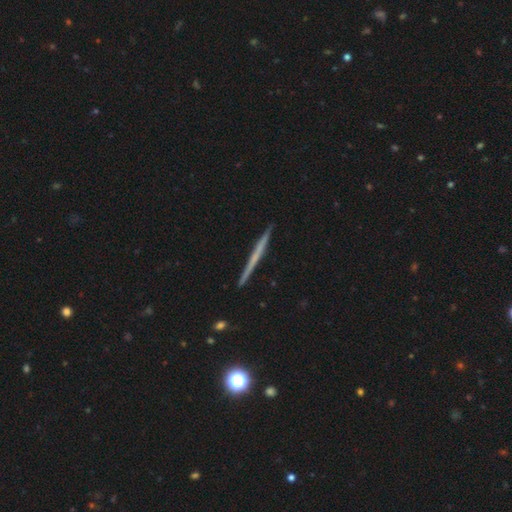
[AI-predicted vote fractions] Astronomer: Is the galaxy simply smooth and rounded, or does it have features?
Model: featured or disk — 57% (runner-up: smooth, 36%).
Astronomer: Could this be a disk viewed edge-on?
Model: yes — 98%.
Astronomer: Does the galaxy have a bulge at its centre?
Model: none — 87%.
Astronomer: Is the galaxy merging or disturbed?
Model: none — 92%.